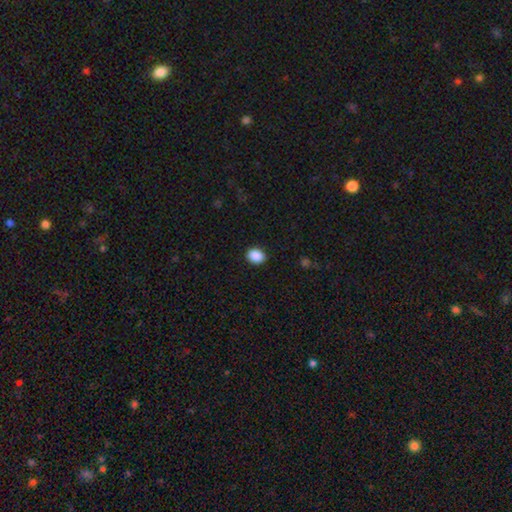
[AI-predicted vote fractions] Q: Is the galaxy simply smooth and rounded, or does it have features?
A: smooth — 90%.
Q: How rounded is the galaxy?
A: in between — 53%.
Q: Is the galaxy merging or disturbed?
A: none — 90%.